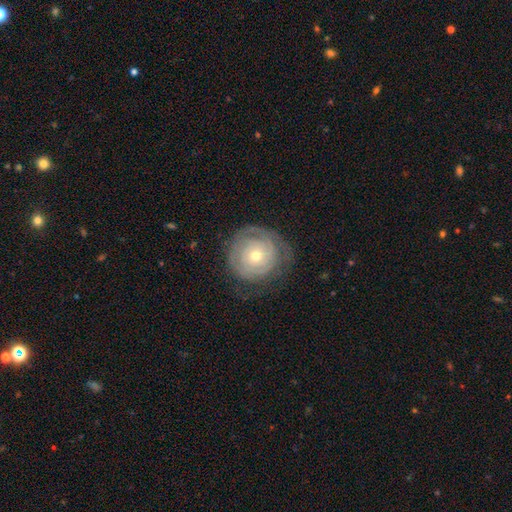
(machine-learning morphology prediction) Smooth or featured?
  - featured or disk: 68% *
  - smooth: 26%
  - star or artifact: 6%
Edge-on disk?
  - no: 97% *
  - yes: 3%
Bar?
  - no: 85% *
  - weak: 12%
  - strong: 3%
Spiral arms?
  - yes: 77% *
  - no: 23%
Spiral winding?
  - tight: 80% *
  - medium: 14%
  - loose: 6%
Spiral arm count?
  - can't tell: 49% *
  - 2: 23%
  - 1: 11%
  - 3: 9%
  - 4: 4%
  - more than 4: 4%
Bulge size?
  - small: 52% *
  - moderate: 44%
  - large: 2%
  - none: 1%
  - dominant: 1%
Merging?
  - none: 69% *
  - minor disturbance: 20%
  - major disturbance: 11%
  - merger: 1%